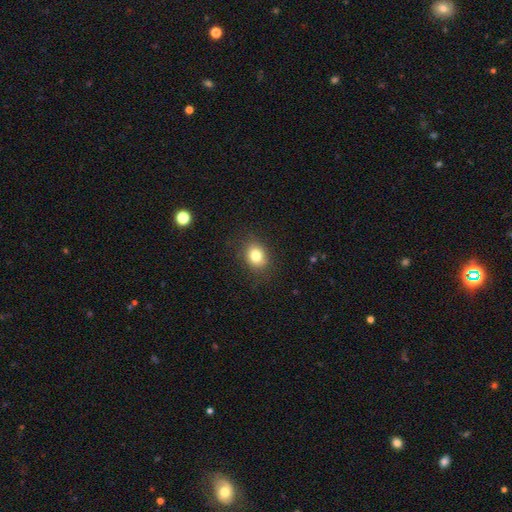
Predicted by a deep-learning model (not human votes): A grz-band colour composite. It shows a smooth galaxy with no disk features (80%) that is round (54%). Merging: none (83%).